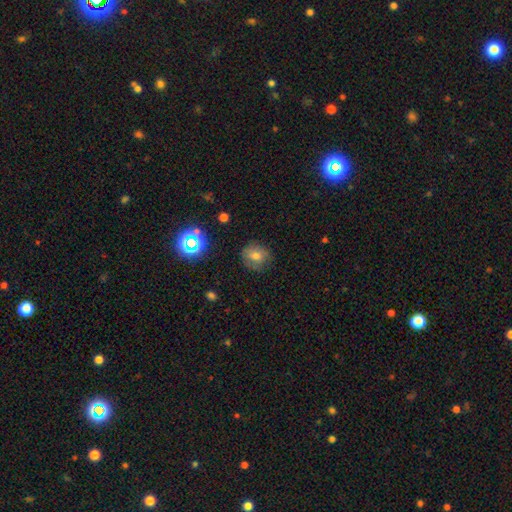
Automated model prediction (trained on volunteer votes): This is likely a smooth galaxy (67%). How rounded: likely round (80%). Merging: likely none (78%).